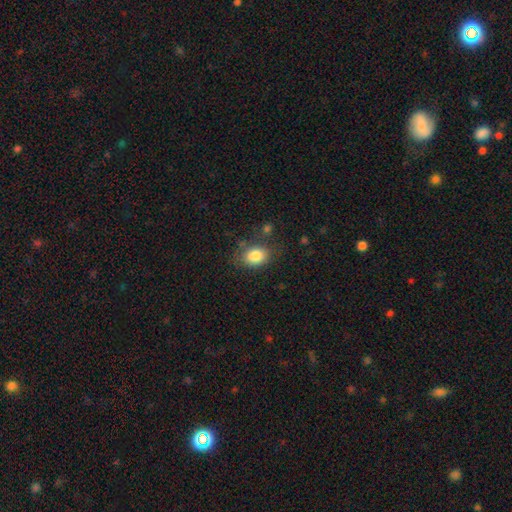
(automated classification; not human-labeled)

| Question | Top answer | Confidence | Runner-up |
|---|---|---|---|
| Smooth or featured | smooth | 84% | star or artifact (9%) |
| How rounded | in between | 67% | round (32%) |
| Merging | none | 70% | minor disturbance (19%) |